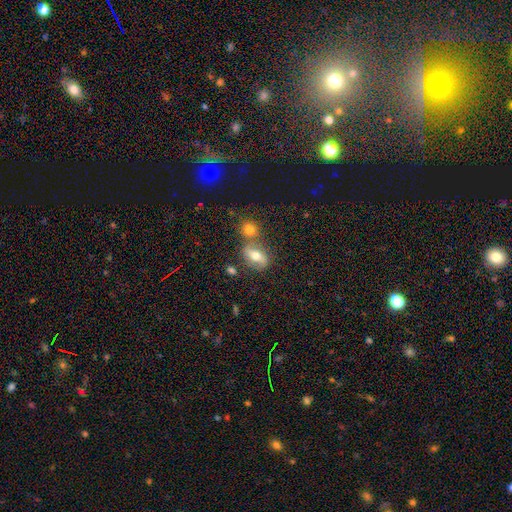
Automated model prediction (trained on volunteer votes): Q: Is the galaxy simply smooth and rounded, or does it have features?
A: smooth — 54%.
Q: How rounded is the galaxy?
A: in between — 75%.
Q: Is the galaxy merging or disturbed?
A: none — 55%.